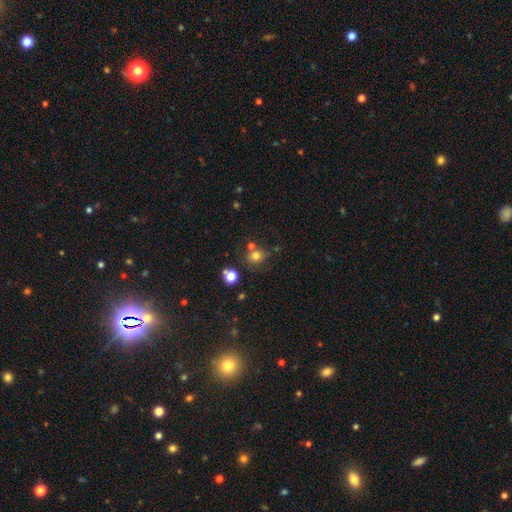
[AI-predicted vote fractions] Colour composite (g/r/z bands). It shows a smooth galaxy with no disk features (75%) that is round (80%). Merging: none (63%).